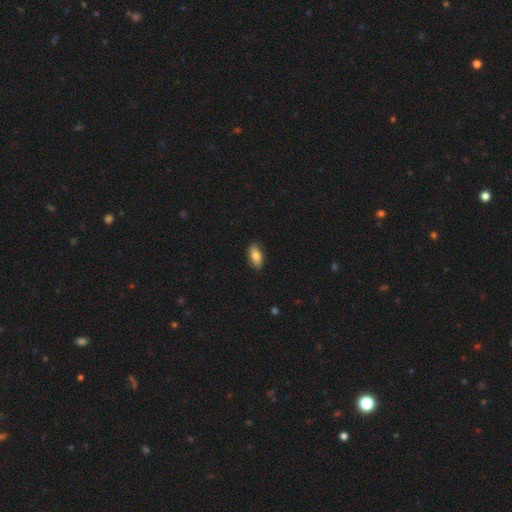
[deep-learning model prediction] smooth 81%, featured or disk 13%, star or artifact 6%. Down the decision tree: how rounded — in between (87%); merging — none (86%).